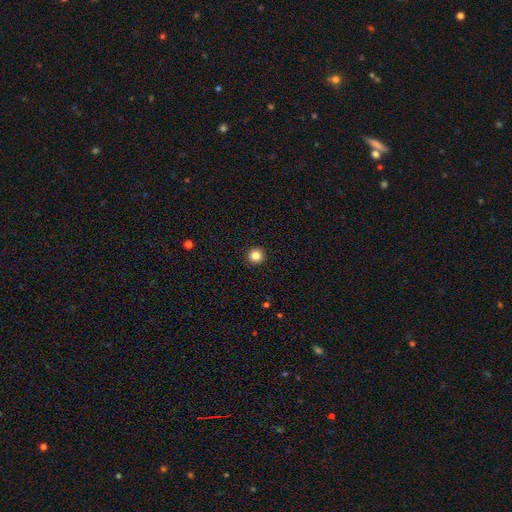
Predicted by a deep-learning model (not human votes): This is clearly a smooth galaxy (84%). How rounded: clearly round (95%). Merging: clearly none (94%).